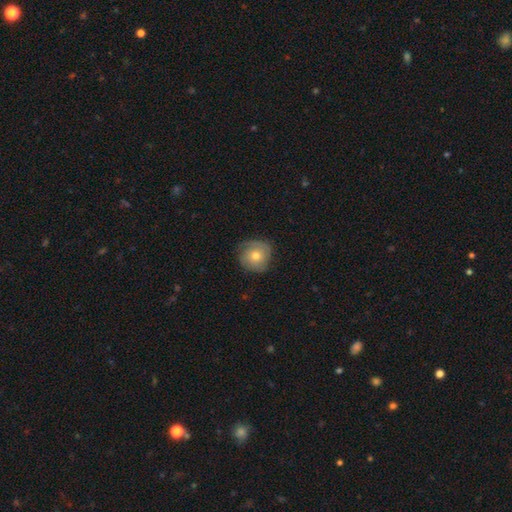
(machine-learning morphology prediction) A smooth galaxy with no disk features (50%) that is round (87%). Merging: none (70%).